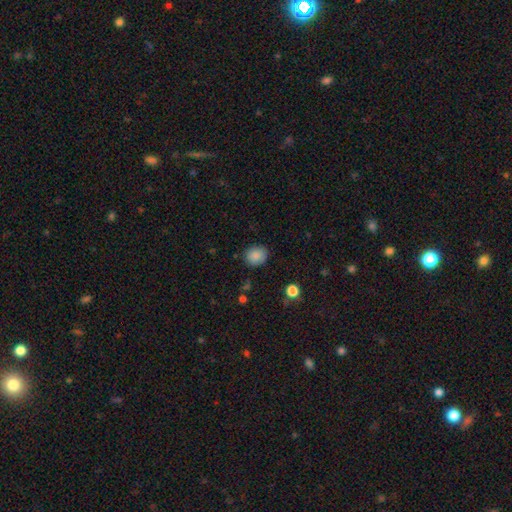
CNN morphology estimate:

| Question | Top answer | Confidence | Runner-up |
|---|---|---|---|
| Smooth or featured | smooth | 87% | star or artifact (9%) |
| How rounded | round | 69% | in between (30%) |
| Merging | none | 83% | minor disturbance (12%) |